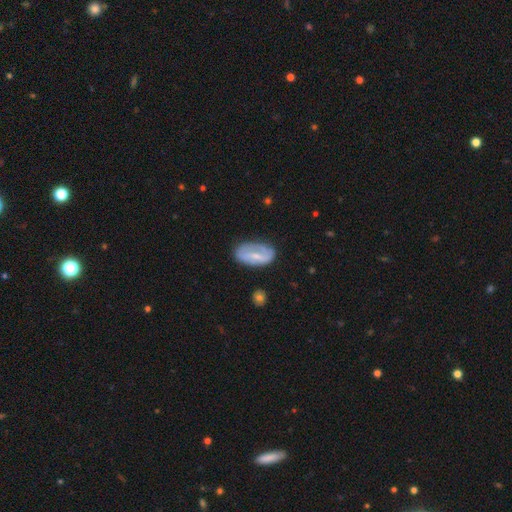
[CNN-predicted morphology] Overall: featured or disk (60%; smooth 34%). Edge-on disk: no (93%). Bar: weak (42%; strong 32%). Spiral arms: yes (70%). Bulge size: small (59%; moderate 28%). Merging: none (68%).